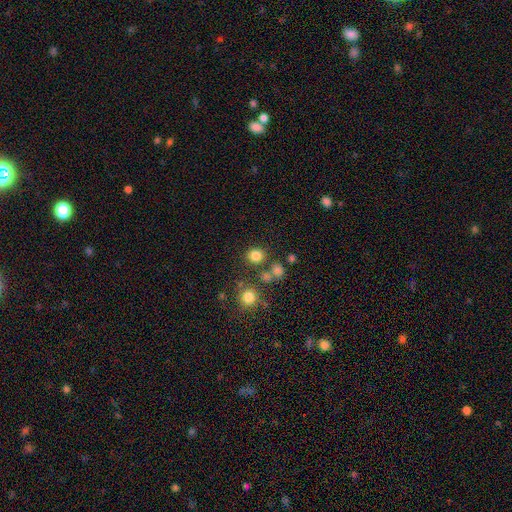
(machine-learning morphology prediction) smooth_or_featured: smooth (p=0.81) [alt: star or artifact p=0.14]
how_rounded: round (p=0.86) [alt: in between p=0.13]
merging: none (p=0.78) [alt: merger p=0.10]